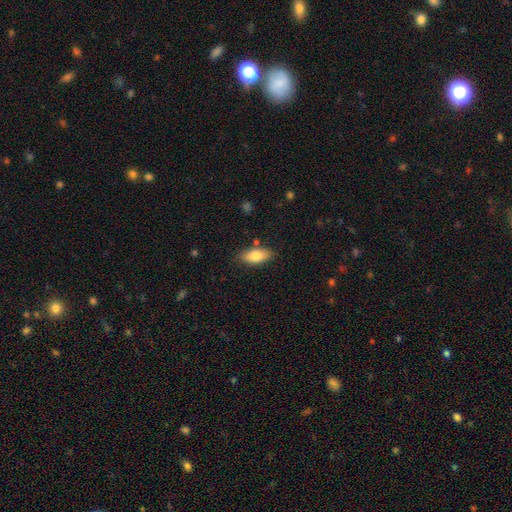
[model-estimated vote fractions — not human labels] Smooth or featured? smooth (81%)
How rounded? in between (84%)
Merging? none (82%)